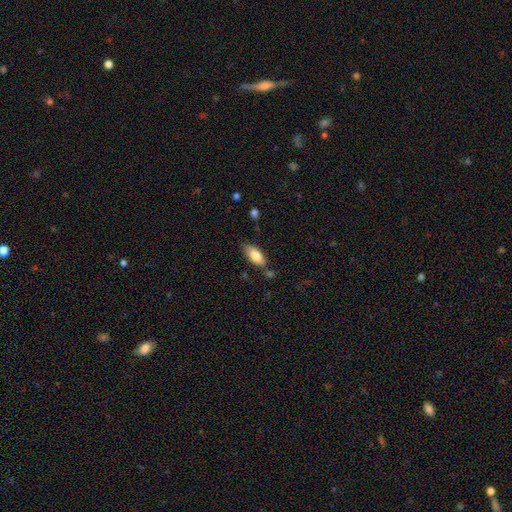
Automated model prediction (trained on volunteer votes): A smooth galaxy with no disk features (81%) that is in between round and cigar-shaped (86%). Merging: none (74%).